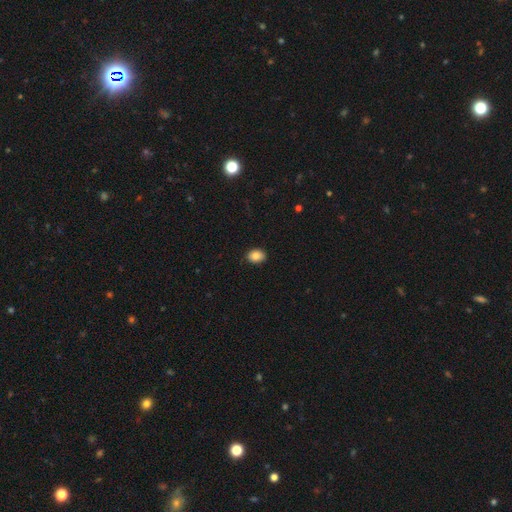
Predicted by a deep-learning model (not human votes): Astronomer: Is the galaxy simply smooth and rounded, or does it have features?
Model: smooth — 85%.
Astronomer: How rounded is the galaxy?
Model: in between — 69%.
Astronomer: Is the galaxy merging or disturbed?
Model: none — 87%.